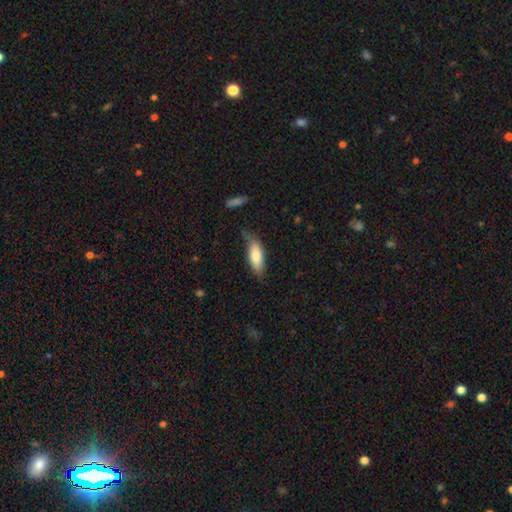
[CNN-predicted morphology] This appears to be a smooth galaxy with no disk features (78%) that is in between round and cigar-shaped (69%). Merging: none (64%).